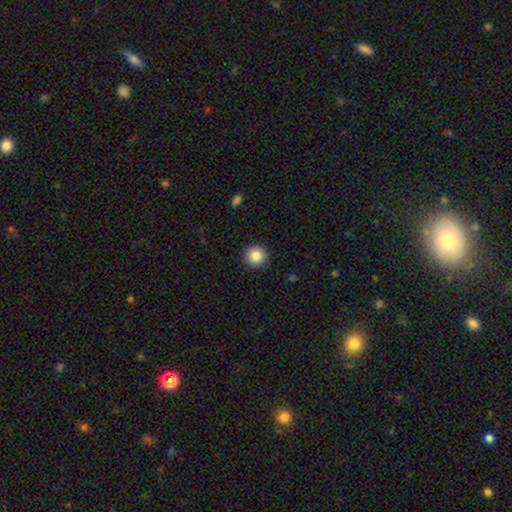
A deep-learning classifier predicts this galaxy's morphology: Smooth or featured?
  - smooth: 85% *
  - star or artifact: 9%
  - featured or disk: 5%
How rounded?
  - round: 95% *
  - in between: 4%
  - cigar-shaped: 1%
Merging?
  - none: 92% *
  - minor disturbance: 6%
  - major disturbance: 2%
  - merger: 1%